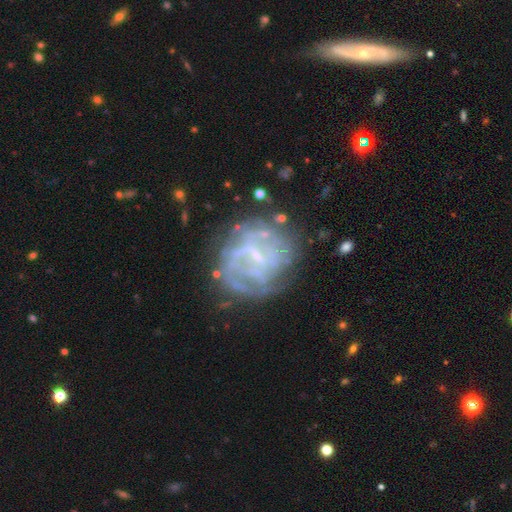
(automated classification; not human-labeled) Q: Smooth or featured?
A: featured or disk (76%); runner-up: smooth (15%)
Q: Edge-on disk?
A: no (98%); runner-up: yes (2%)
Q: Bar?
A: weak (52%); runner-up: no (28%)
Q: Spiral arms?
A: yes (66%); runner-up: no (34%)
Q: Bulge size?
A: small (64%); runner-up: none (20%)
Q: Merging?
A: none (61%); runner-up: minor disturbance (19%)